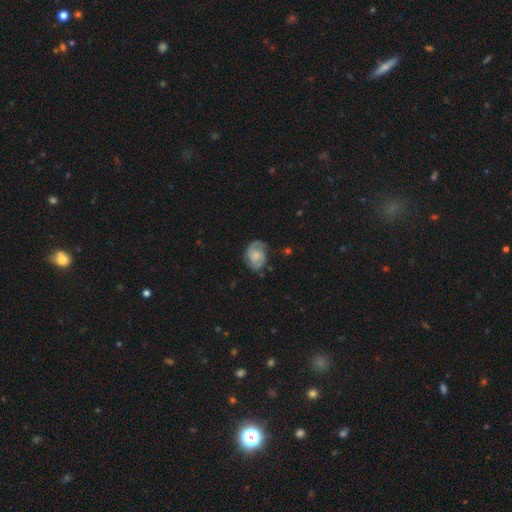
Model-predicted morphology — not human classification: Q: Smooth or featured?
A: featured or disk (70%); runner-up: smooth (23%)
Q: Edge-on disk?
A: no (98%); runner-up: yes (2%)
Q: Bar?
A: no (65%); runner-up: weak (31%)
Q: Spiral arms?
A: yes (94%); runner-up: no (6%)
Q: Spiral winding?
A: medium (43%); runner-up: tight (42%)
Q: Spiral arm count?
A: 2 (82%); runner-up: can't tell (9%)
Q: Bulge size?
A: small (42%); runner-up: moderate (35%)
Q: Merging?
A: none (71%); runner-up: minor disturbance (21%)